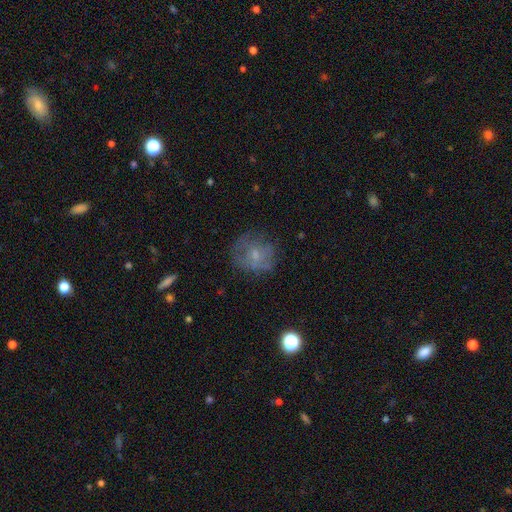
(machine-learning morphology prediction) This is possibly a smooth galaxy (48%). Merging: possibly none (59%).